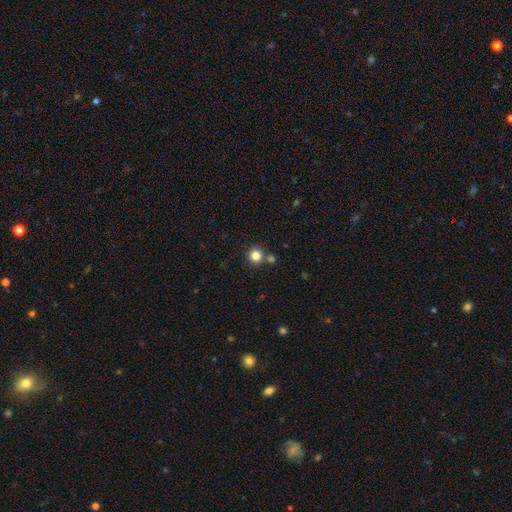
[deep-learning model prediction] Smooth or featured? smooth (83%)
How rounded? round (94%)
Merging? none (79%)